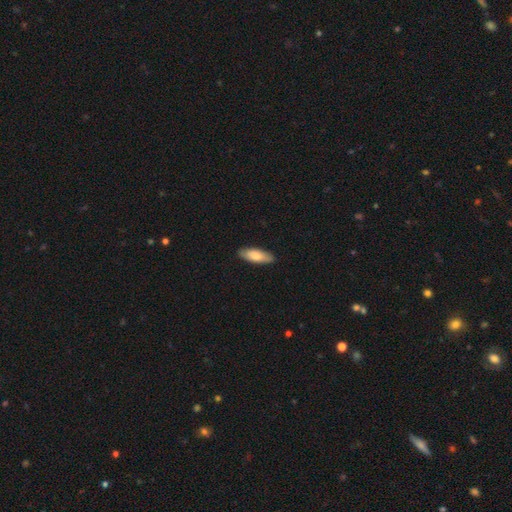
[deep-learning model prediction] This appears to be a smooth galaxy with no disk features (79%) that is in between round and cigar-shaped (67%). Merging: none (88%).